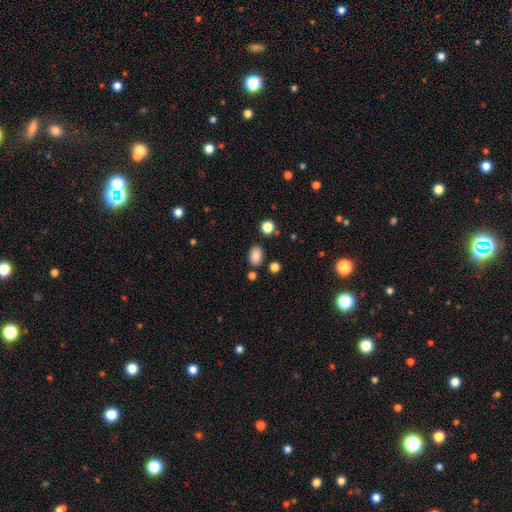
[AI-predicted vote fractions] smooth_or_featured: smooth (p=0.85) [alt: star or artifact p=0.11]
how_rounded: in between (p=0.80) [alt: round p=0.19]
merging: none (p=0.81) [alt: minor disturbance p=0.11]